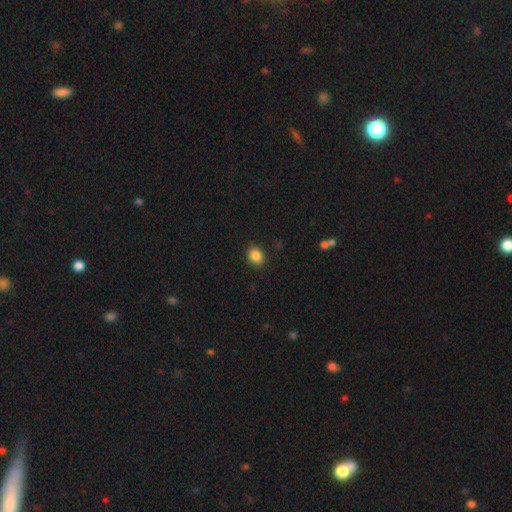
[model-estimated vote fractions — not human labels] smooth 87%, star or artifact 9%, featured or disk 4%. Down the decision tree: how rounded — in between (53%); merging — none (89%).